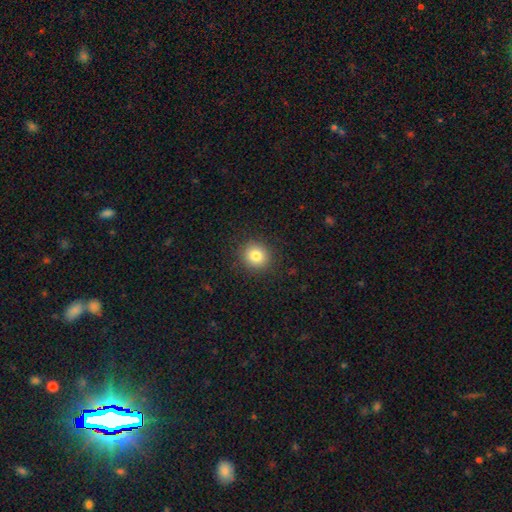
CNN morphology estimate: Overall: smooth (82%). How rounded: round (87%). Merging: none (90%).